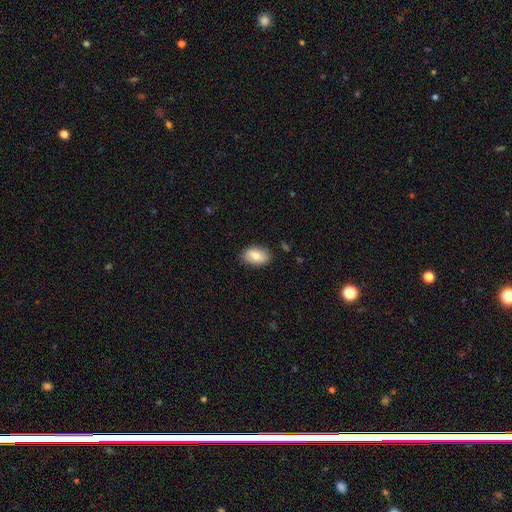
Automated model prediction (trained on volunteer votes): smooth_or_featured: smooth (p=0.79) [alt: featured or disk p=0.15]
how_rounded: in between (p=0.91) [alt: round p=0.08]
merging: none (p=0.85) [alt: minor disturbance p=0.11]